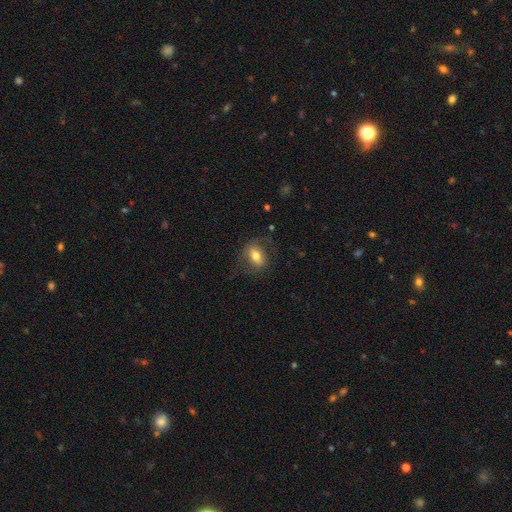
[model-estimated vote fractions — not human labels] Smooth or featured?
  - smooth: 53% *
  - featured or disk: 39%
  - star or artifact: 8%
How rounded?
  - in between: 77% *
  - round: 20%
  - cigar-shaped: 3%
Merging?
  - none: 65% *
  - minor disturbance: 18%
  - major disturbance: 16%
  - merger: 1%